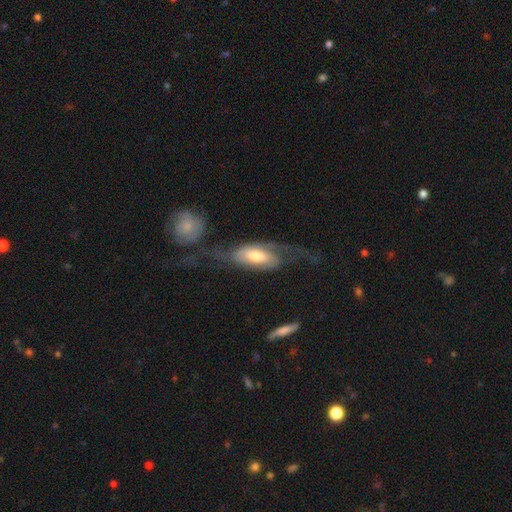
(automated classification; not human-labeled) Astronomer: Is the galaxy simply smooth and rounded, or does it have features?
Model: featured or disk — 69%.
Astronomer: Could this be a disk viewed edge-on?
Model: no — 83%.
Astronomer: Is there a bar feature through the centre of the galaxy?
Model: no — 48% (runner-up: weak, 36%).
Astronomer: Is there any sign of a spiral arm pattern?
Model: yes — 85%.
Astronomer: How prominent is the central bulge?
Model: moderate — 54%.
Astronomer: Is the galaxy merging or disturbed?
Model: none — 37% (runner-up: major disturbance, 36%).